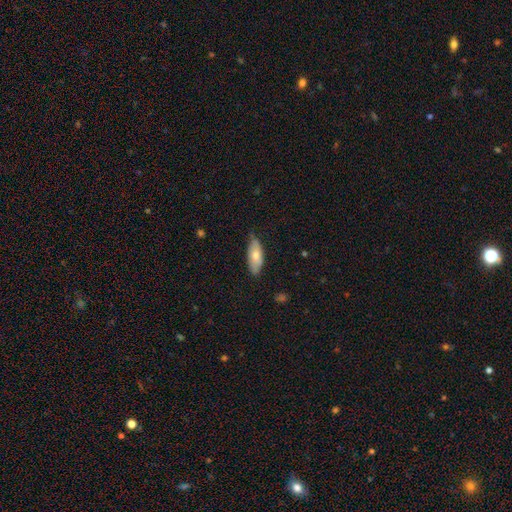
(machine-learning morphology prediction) Smooth or featured? smooth (70%)
How rounded? in between (76%)
Merging? none (75%)